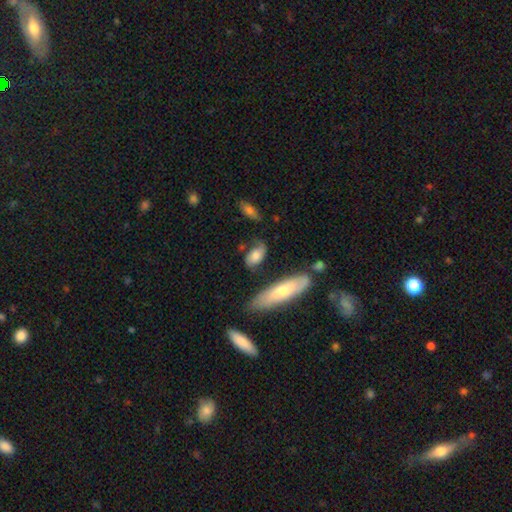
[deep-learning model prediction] Morphology: type=smooth (64%); roundness=in between (82%); merging=none (53%).